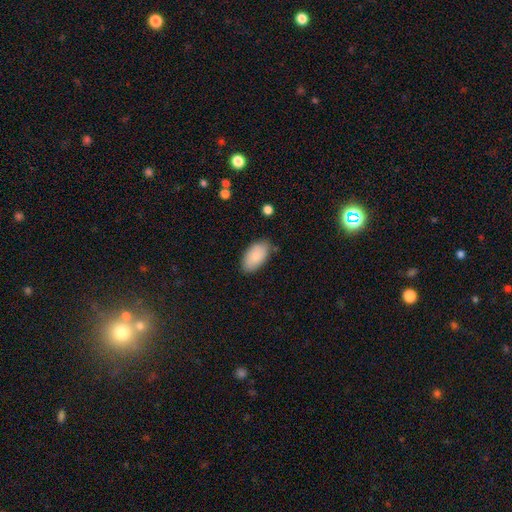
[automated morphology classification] smooth-or-featured: smooth: 88% | star or artifact: 6% | featured or disk: 6%
  how-rounded: in between: 95% | round: 3% | cigar-shaped: 2%
  merging: none: 79% | minor disturbance: 16% | major disturbance: 3% | merger: 2%